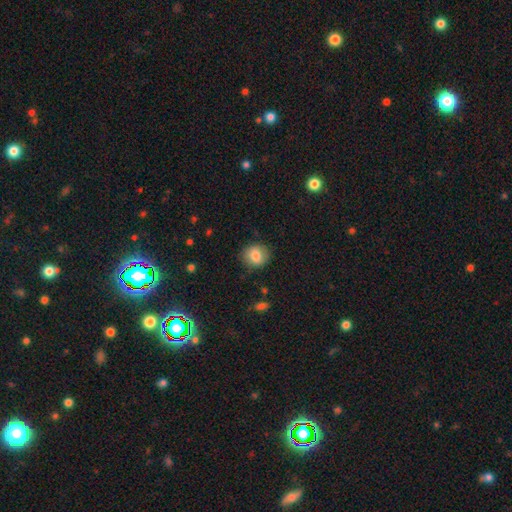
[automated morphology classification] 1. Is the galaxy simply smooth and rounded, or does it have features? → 80% smooth, 11% featured or disk, 8% star or artifact.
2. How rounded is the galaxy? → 77% round, 22% in between, 1% cigar-shaped.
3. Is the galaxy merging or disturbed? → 84% none, 11% minor disturbance, 3% major disturbance, 1% merger.